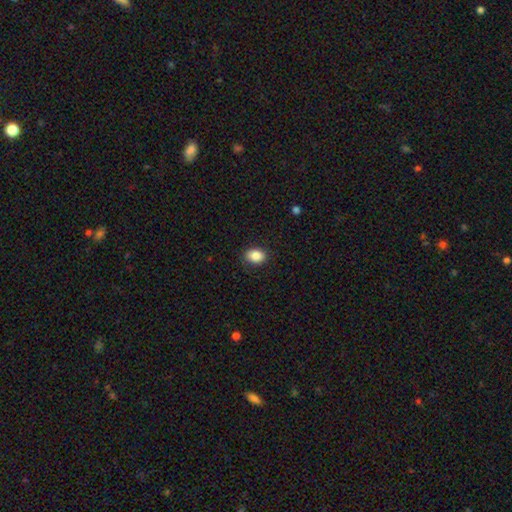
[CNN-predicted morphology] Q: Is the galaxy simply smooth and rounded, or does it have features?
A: smooth — 85%.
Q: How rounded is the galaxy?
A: in between — 67%.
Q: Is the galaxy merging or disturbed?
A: none — 87%.